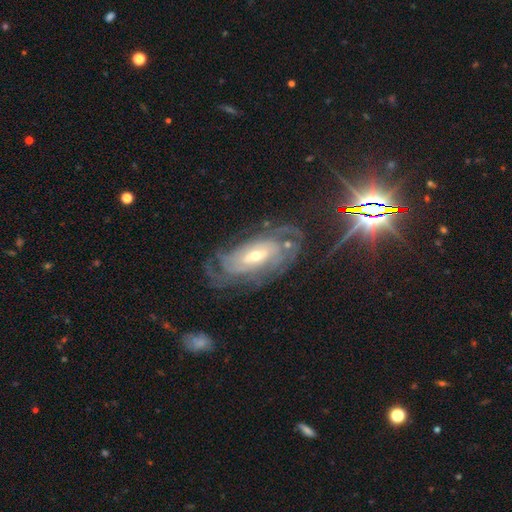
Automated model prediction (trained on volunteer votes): Smooth or featured?
  - featured or disk: 84% *
  - smooth: 9%
  - star or artifact: 7%
Edge-on disk?
  - no: 93% *
  - yes: 7%
Bar?
  - no: 45% *
  - weak: 38%
  - strong: 17%
Spiral arms?
  - yes: 92% *
  - no: 8%
Spiral winding?
  - tight: 65% *
  - medium: 26%
  - loose: 8%
Spiral arm count?
  - can't tell: 46% *
  - 2: 15%
  - 3: 14%
  - 4: 13%
  - more than 4: 8%
  - 1: 6%
Bulge size?
  - small: 50% *
  - moderate: 45%
  - large: 3%
  - none: 1%
  - dominant: 1%
Merging?
  - none: 64% *
  - minor disturbance: 19%
  - major disturbance: 14%
  - merger: 3%